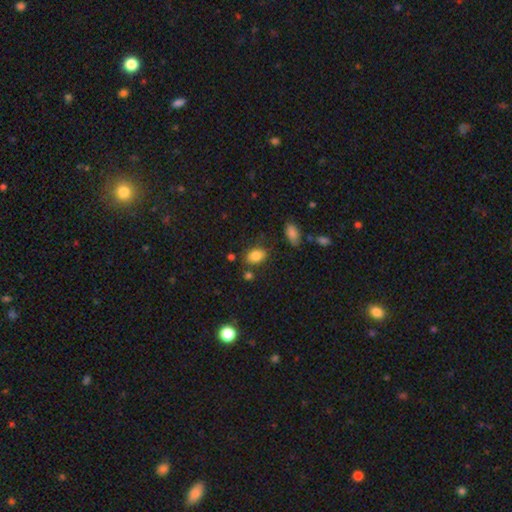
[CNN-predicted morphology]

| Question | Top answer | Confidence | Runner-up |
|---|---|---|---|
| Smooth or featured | smooth | 83% | star or artifact (10%) |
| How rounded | in between | 82% | round (17%) |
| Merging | none | 75% | minor disturbance (15%) |